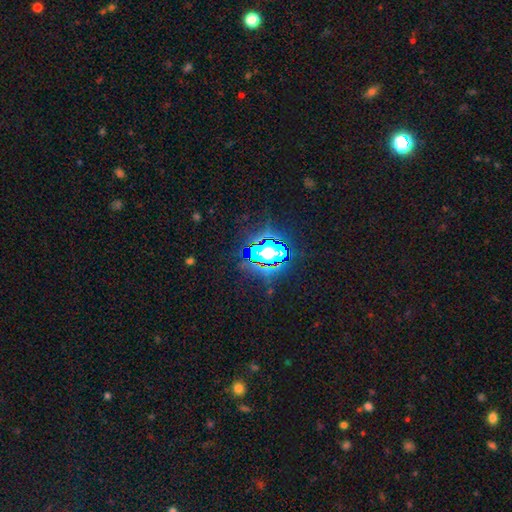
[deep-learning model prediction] Morphology: type=star or artifact (83%).